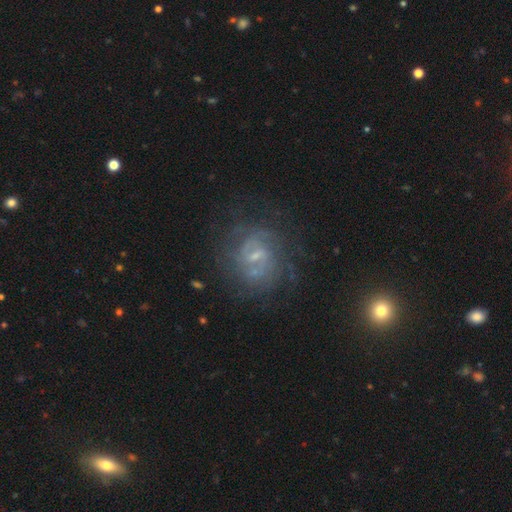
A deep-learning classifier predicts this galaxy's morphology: smooth-or-featured: featured or disk: 80% | smooth: 11% | star or artifact: 9%
  disk-edge-on: no: 97% | yes: 3%
    bar: weak: 57% | no: 23% | strong: 20%
    has-spiral-arms: yes: 90% | no: 10%
      spiral-winding: tight: 44% | medium: 41% | loose: 14%
      spiral-arm-count: 2: 50% | can't tell: 28% | 3: 10% | 4: 5% | 1: 4% | more than 4: 4%
    bulge-size: small: 64% | moderate: 23% | none: 11% | large: 2% | dominant: 1%
  merging: none: 71% | minor disturbance: 16% | major disturbance: 10% | merger: 4%